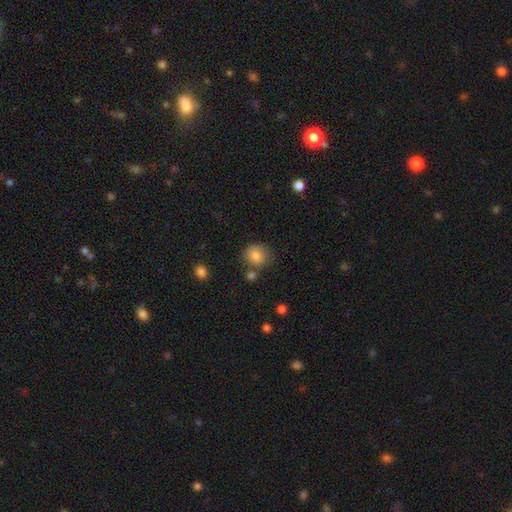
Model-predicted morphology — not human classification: Smooth or featured? Predicted: smooth (p=0.82). How rounded? Predicted: round (p=0.77). Merging? Predicted: none (p=0.70).